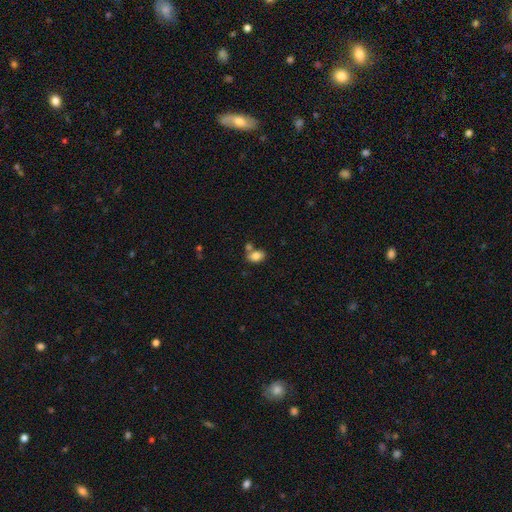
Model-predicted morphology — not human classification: smooth-or-featured: smooth: 83% | star or artifact: 9% | featured or disk: 8%
  how-rounded: in between: 85% | round: 14% | cigar-shaped: 1%
  merging: none: 57% | merger: 26% | minor disturbance: 13% | major disturbance: 4%